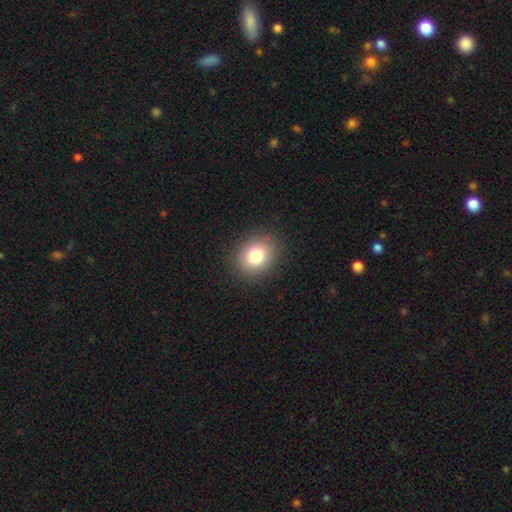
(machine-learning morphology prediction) Smooth or featured: smooth — 80% (star or artifact — 11%)
How rounded: round — 57% (in between — 42%)
Merging: none — 89% (minor disturbance — 8%)